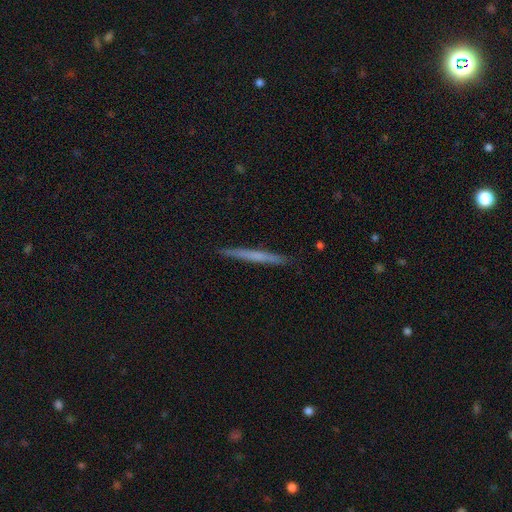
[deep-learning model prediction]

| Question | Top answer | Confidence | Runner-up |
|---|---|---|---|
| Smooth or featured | smooth | 51% | featured or disk (43%) |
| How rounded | cigar-shaped | 97% | in between (2%) |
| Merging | none | 91% | minor disturbance (7%) |